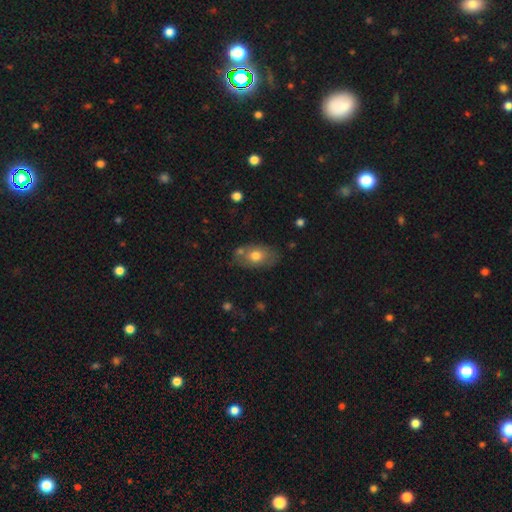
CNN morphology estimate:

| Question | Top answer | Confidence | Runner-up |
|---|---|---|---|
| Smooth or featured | smooth | 71% | featured or disk (21%) |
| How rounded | in between | 86% | round (13%) |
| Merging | none | 67% | minor disturbance (18%) |